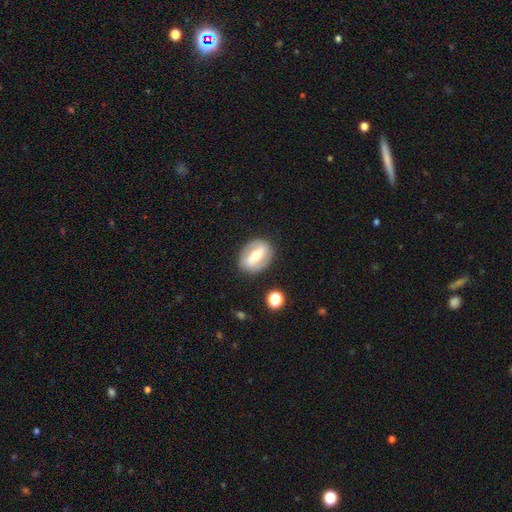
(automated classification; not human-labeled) A featured or disk galaxy (59%) with a strong bar (63%), no spiral arms (56%) and a moderate central bulge (61%). Merging: none (84%).